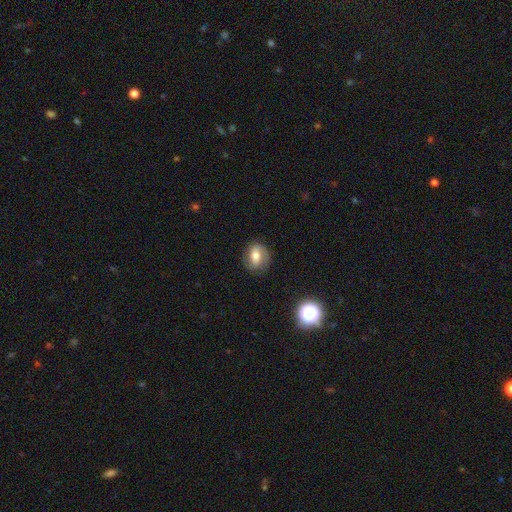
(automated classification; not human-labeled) smooth-or-featured: smooth: 52% | featured or disk: 38% | star or artifact: 10%
  how-rounded: in between: 53% | round: 45% | cigar-shaped: 2%
  merging: none: 74% | minor disturbance: 18% | major disturbance: 7% | merger: 1%